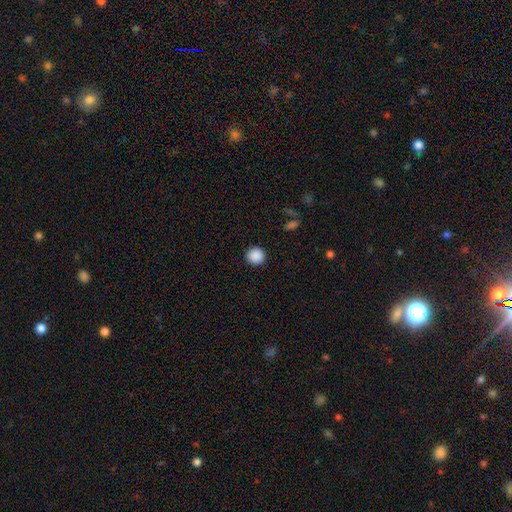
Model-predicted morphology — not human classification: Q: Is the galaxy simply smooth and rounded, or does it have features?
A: smooth — 89%.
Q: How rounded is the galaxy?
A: round — 93%.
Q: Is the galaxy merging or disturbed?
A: none — 93%.